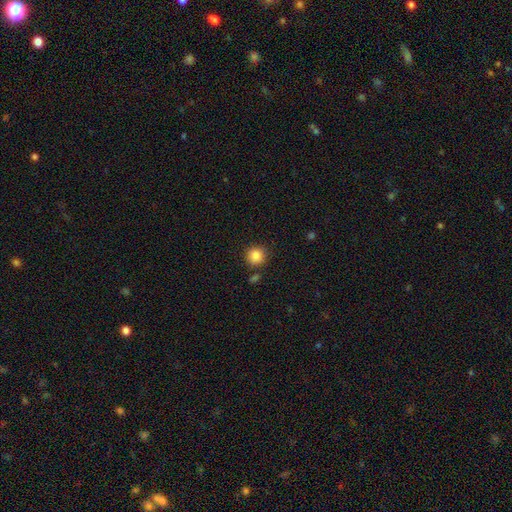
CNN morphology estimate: Smooth or featured?
  - smooth: 86% *
  - star or artifact: 10%
  - featured or disk: 4%
How rounded?
  - round: 92% *
  - in between: 7%
  - cigar-shaped: 1%
Merging?
  - none: 83% *
  - minor disturbance: 9%
  - merger: 5%
  - major disturbance: 3%